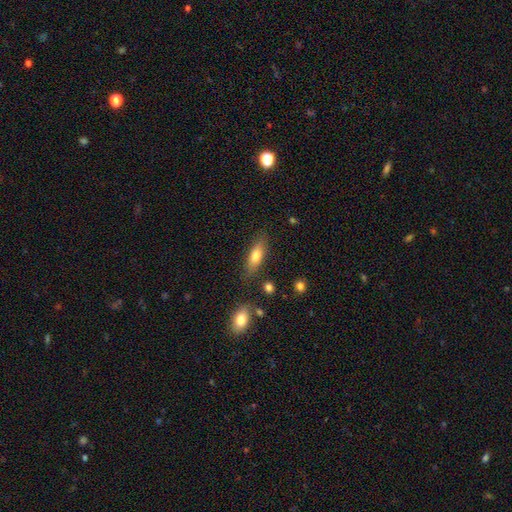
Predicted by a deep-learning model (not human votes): Q: Smooth or featured?
A: smooth (74%); runner-up: featured or disk (19%)
Q: How rounded?
A: in between (60%); runner-up: cigar-shaped (38%)
Q: Merging?
A: none (79%); runner-up: minor disturbance (14%)